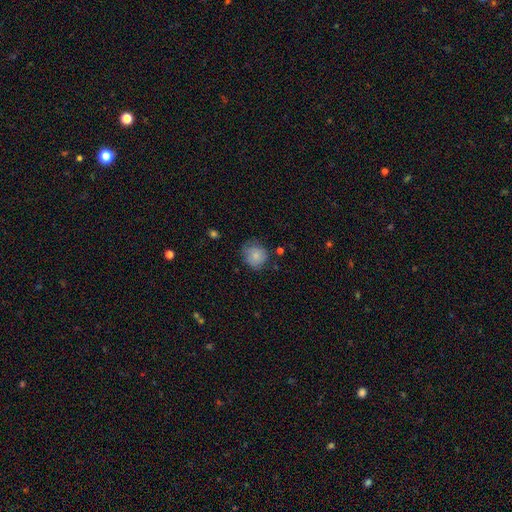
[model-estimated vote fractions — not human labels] smooth_or_featured: smooth (p=0.80) [alt: featured or disk p=0.11]
how_rounded: round (p=0.81) [alt: in between p=0.19]
merging: none (p=0.64) [alt: minor disturbance p=0.27]